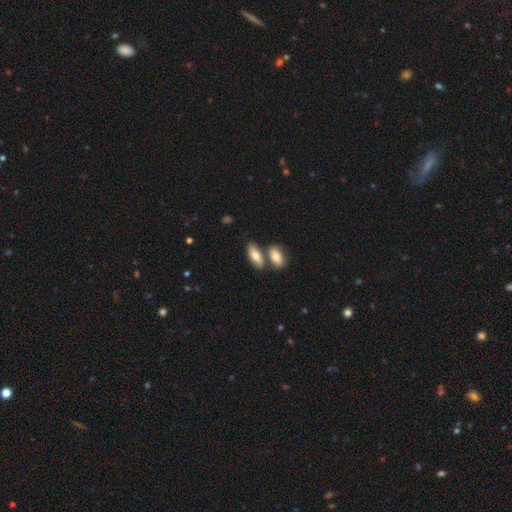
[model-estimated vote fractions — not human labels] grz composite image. It shows a smooth galaxy with no disk features (75%) that is in between round and cigar-shaped (79%). Merging: none (56%).